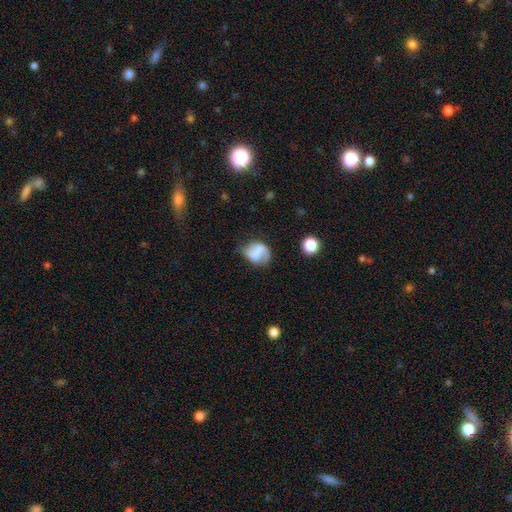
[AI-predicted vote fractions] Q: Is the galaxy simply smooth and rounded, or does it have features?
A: smooth — 47%.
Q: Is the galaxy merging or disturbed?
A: none — 45%.